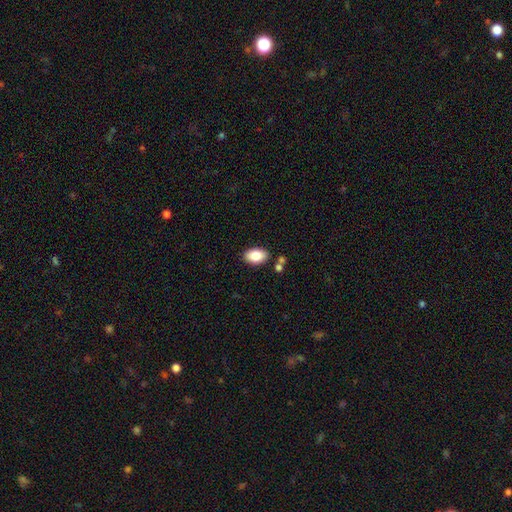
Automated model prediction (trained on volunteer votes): smooth_or_featured: smooth (p=0.85) [alt: featured or disk p=0.08]
how_rounded: in between (p=0.91) [alt: round p=0.08]
merging: none (p=0.82) [alt: minor disturbance p=0.10]